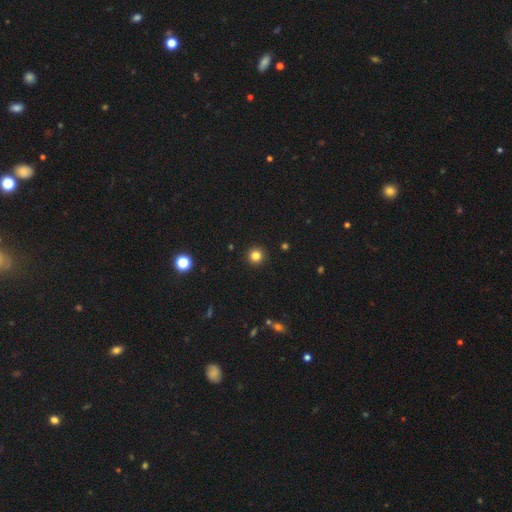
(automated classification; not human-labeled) Smooth or featured: smooth — 82% (star or artifact — 13%)
How rounded: round — 96% (in between — 3%)
Merging: none — 93% (minor disturbance — 4%)